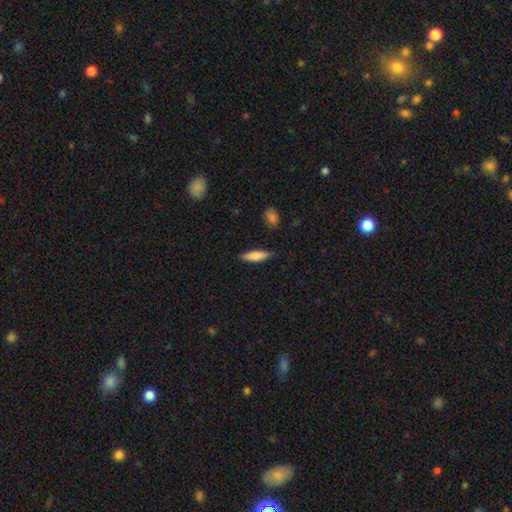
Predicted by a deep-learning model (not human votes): The model was most divided on "how rounded": cigar-shaped: 63%, in between: 35%, round: 2%. More confident: merging — none (85%); smooth or featured — smooth (79%).